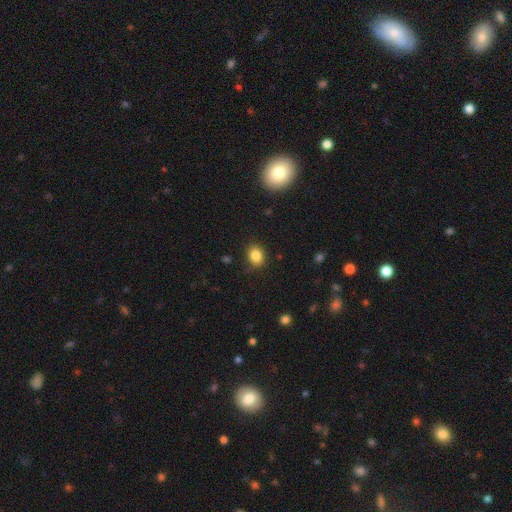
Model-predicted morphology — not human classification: Smooth or featured? smooth (84%)
How rounded? in between (53%)
Merging? none (85%)